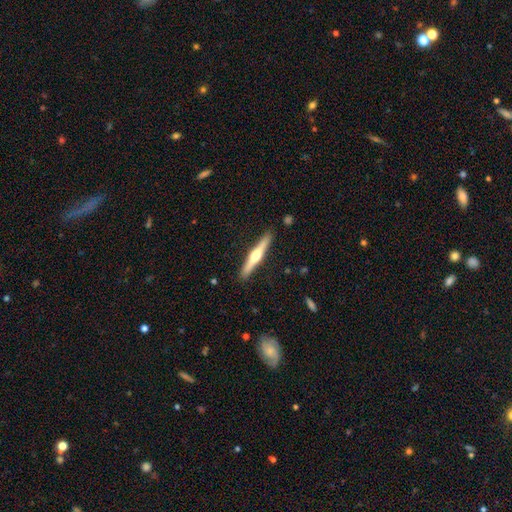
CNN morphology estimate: This appears to be a featured or disk galaxy (66%) viewed edge-on (97%) with a rounded central bulge (93%). Merging: none (91%).